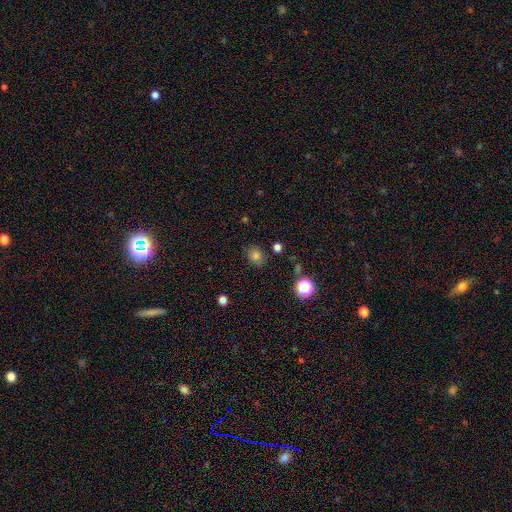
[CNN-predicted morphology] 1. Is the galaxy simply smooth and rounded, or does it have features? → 76% smooth, 17% star or artifact, 7% featured or disk.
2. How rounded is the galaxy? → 62% round, 37% in between, 1% cigar-shaped.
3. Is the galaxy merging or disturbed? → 80% none, 14% minor disturbance, 3% major disturbance, 3% merger.